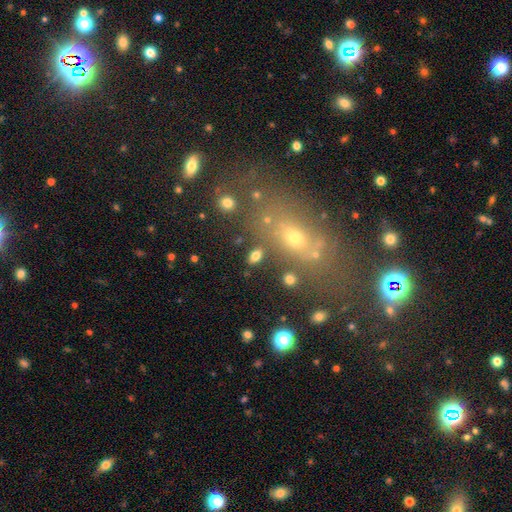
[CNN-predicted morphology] smooth-or-featured: smooth: 75% | star or artifact: 13% | featured or disk: 11%
  how-rounded: in between: 86% | round: 11% | cigar-shaped: 4%
  merging: none: 80% | minor disturbance: 10% | merger: 6% | major disturbance: 4%